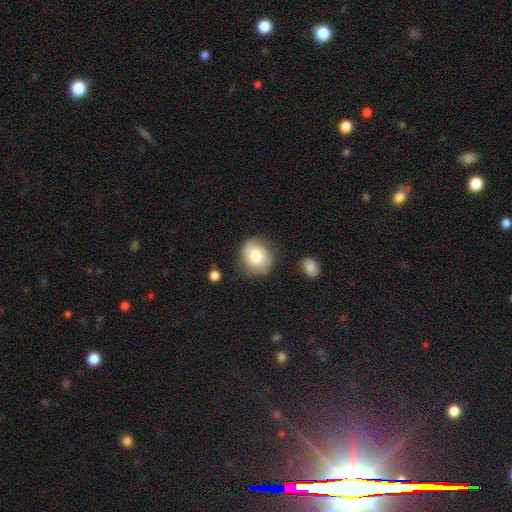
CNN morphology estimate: Smooth or featured?
  - smooth: 69% *
  - featured or disk: 23%
  - star or artifact: 8%
How rounded?
  - round: 73% *
  - in between: 26%
  - cigar-shaped: 1%
Merging?
  - none: 73% *
  - minor disturbance: 19%
  - major disturbance: 5%
  - merger: 2%